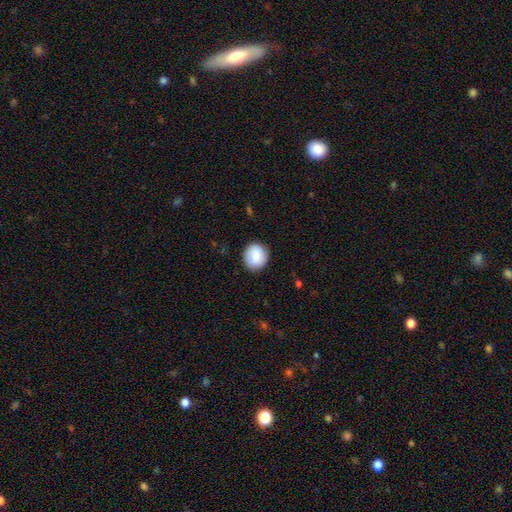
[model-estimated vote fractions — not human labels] A smooth galaxy with no disk features (85%) that is round (84%).

Vote fractions:
- Smooth or featured? smooth: 85% / featured or disk: 8% / star or artifact: 7%
- How rounded? round: 84% / in between: 16% / cigar-shaped: 1%
- Merging? none: 89% / minor disturbance: 8% / major disturbance: 2% / merger: 1%